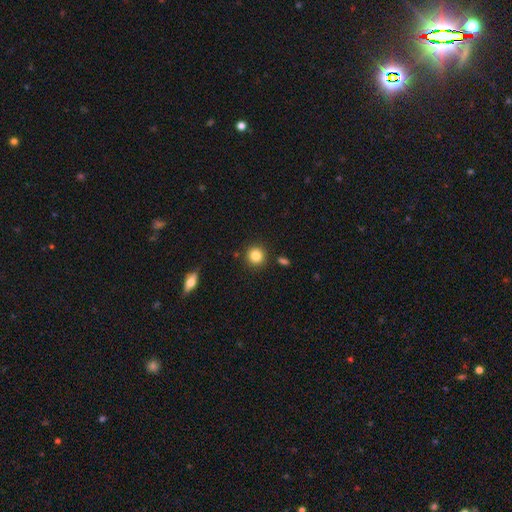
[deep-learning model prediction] Smooth or featured? smooth (84%)
How rounded? round (91%)
Merging? none (88%)